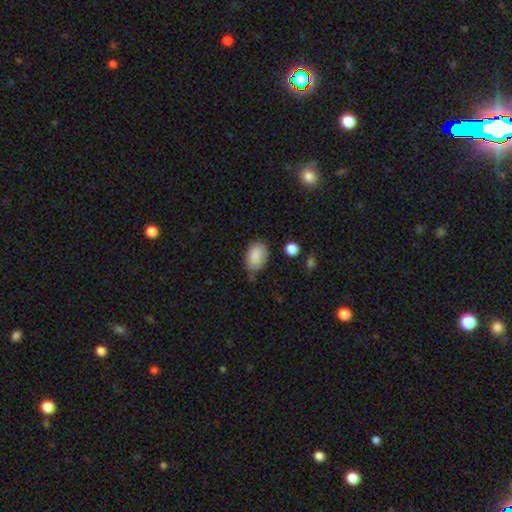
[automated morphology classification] Smooth or featured?
  - smooth: 87% *
  - star or artifact: 7%
  - featured or disk: 7%
How rounded?
  - in between: 87% *
  - round: 12%
  - cigar-shaped: 1%
Merging?
  - none: 60% *
  - minor disturbance: 29%
  - major disturbance: 6%
  - merger: 5%